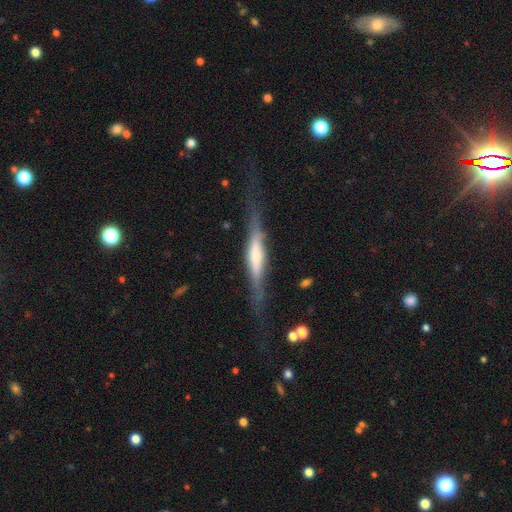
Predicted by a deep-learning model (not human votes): Q: Smooth or featured?
A: featured or disk (65%); runner-up: smooth (29%)
Q: Edge-on disk?
A: yes (93%); runner-up: no (7%)
Q: Edge-on bulge?
A: rounded (44%); runner-up: boxy (36%)
Q: Merging?
A: none (71%); runner-up: minor disturbance (18%)